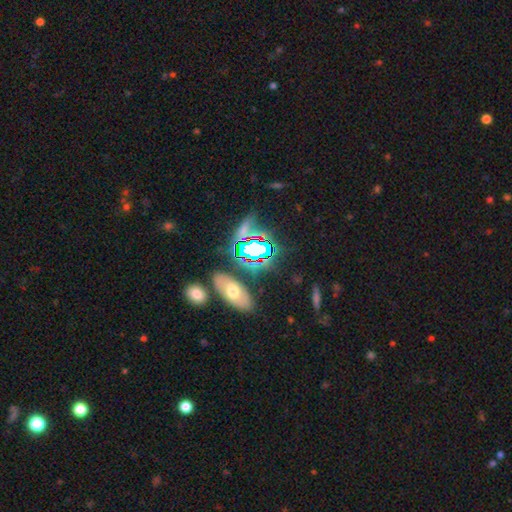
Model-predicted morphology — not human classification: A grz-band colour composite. It shows a star or artifact, not a galaxy (52%).